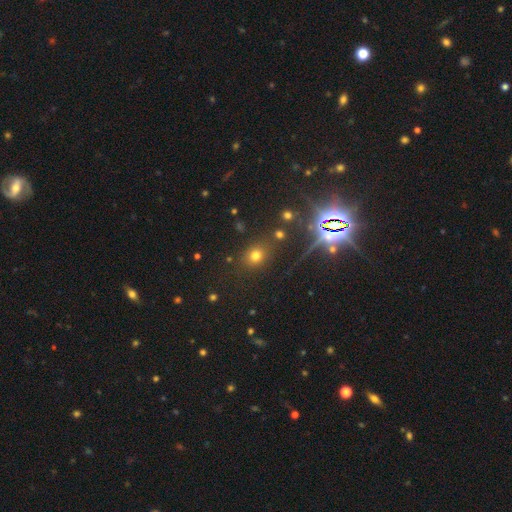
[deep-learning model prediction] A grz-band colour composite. It shows a smooth galaxy with no disk features (66%) that is round (69%). Merging: none (79%).